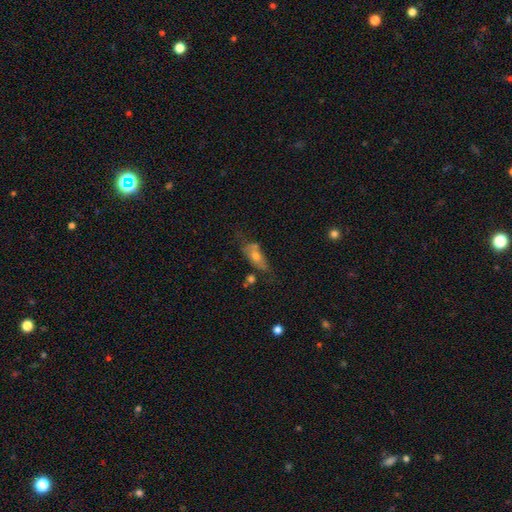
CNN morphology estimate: This appears to be a smooth galaxy with no disk features (53%) that is in between round and cigar-shaped (69%). Merging: none (47%).